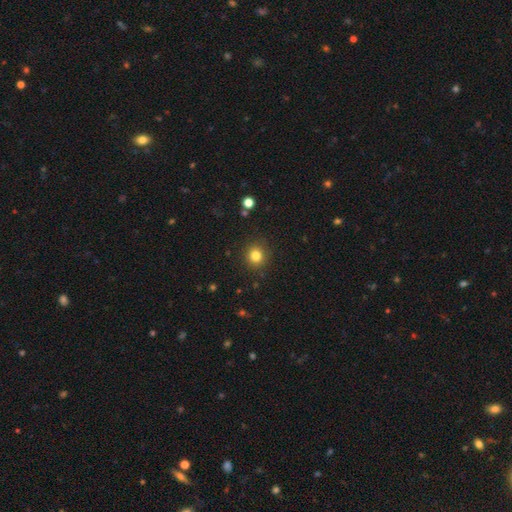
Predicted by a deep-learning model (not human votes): Smooth or featured? smooth (82%)
How rounded? round (90%)
Merging? none (90%)